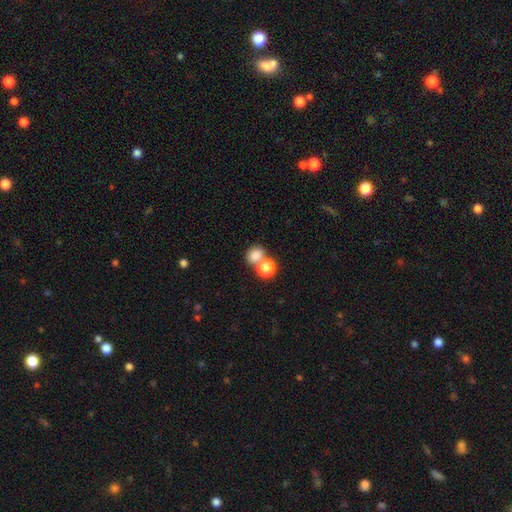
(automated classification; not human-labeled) smooth-or-featured: smooth: 79% | star or artifact: 14% | featured or disk: 8%
  how-rounded: round: 64% | in between: 35% | cigar-shaped: 1%
  merging: none: 48% | merger: 40% | minor disturbance: 8% | major disturbance: 4%